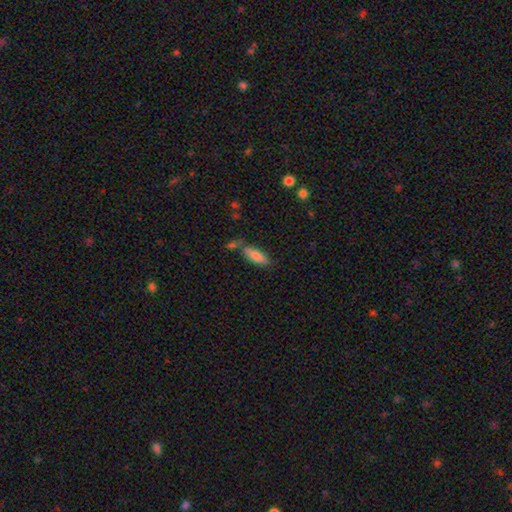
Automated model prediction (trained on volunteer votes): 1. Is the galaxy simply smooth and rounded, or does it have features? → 78% smooth, 15% featured or disk, 7% star or artifact.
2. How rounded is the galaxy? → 64% in between, 34% cigar-shaped, 2% round.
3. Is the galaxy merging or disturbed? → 62% none, 17% minor disturbance, 16% merger, 5% major disturbance.